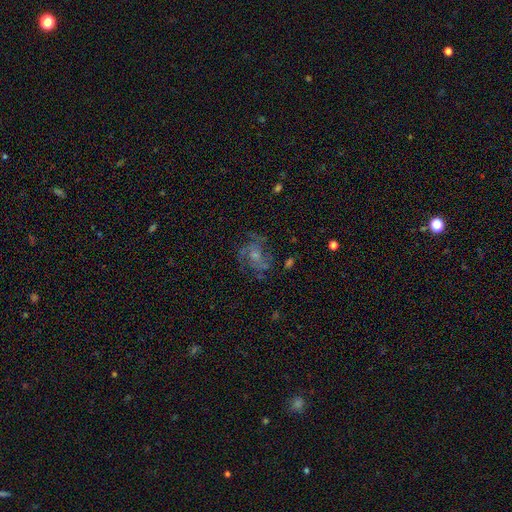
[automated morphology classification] The model was most divided on "bulge size": small: 50%, moderate: 34%, none: 10%, large: 4%, dominant: 1%. More confident: edge-on disk — no (97%); spiral arms — yes (78%); bar — no (67%); smooth or featured — featured or disk (64%); merging — none (62%).